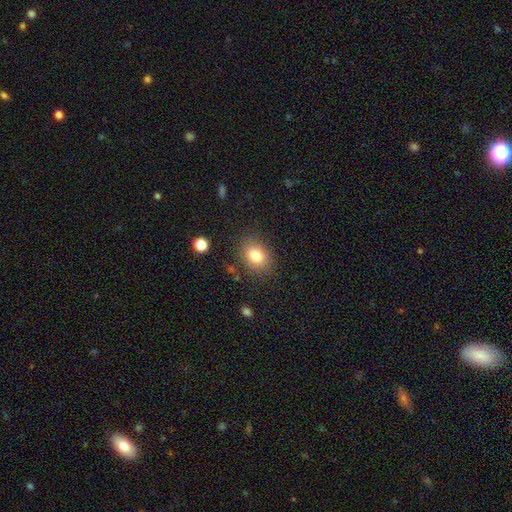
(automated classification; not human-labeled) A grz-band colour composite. It shows a smooth galaxy with no disk features (81%) that is in between round and cigar-shaped (53%). Merging: none (83%).